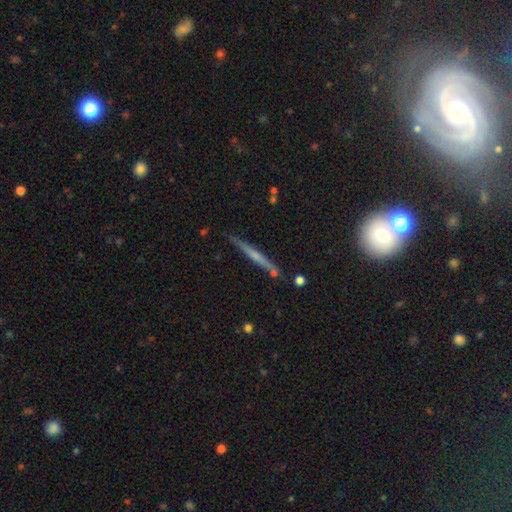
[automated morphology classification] Smooth or featured: featured or disk — 55% (smooth — 37%)
Edge-on disk: yes — 97% (no — 3%)
Edge-on bulge: none — 57% (rounded — 34%)
Merging: none — 84% (minor disturbance — 11%)